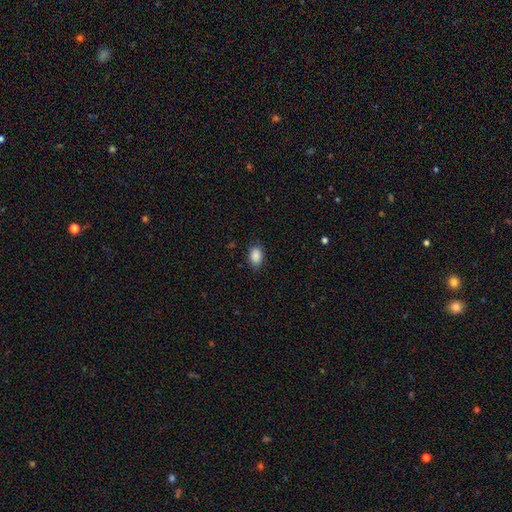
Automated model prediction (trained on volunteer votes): Overall: smooth (89%). How rounded: in between (86%). Merging: none (84%).